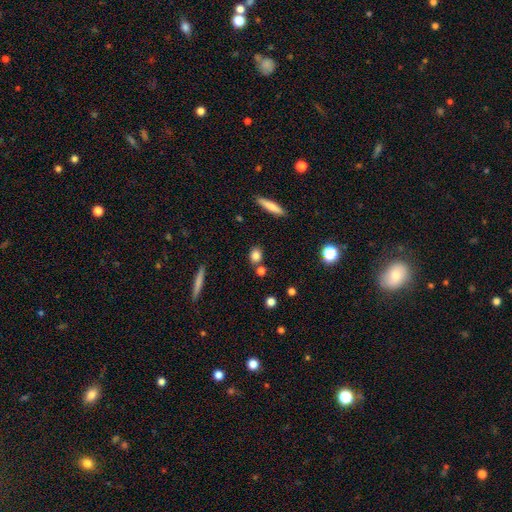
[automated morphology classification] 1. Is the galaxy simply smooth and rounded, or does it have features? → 81% smooth, 11% star or artifact, 8% featured or disk.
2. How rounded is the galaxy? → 62% round, 29% in between, 8% cigar-shaped.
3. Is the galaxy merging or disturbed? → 75% none, 13% merger, 9% minor disturbance, 3% major disturbance.